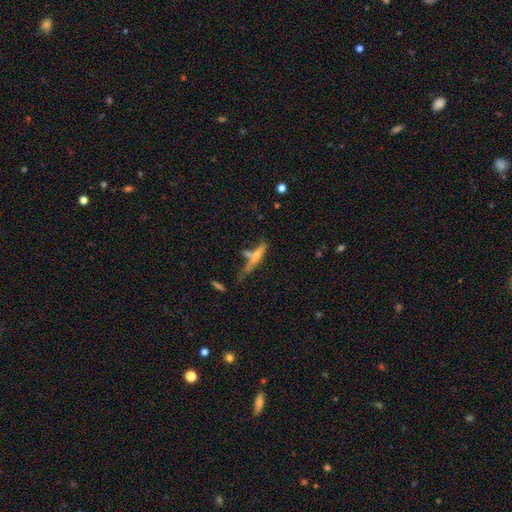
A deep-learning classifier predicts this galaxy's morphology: Q: Smooth or featured?
A: featured or disk (45%); tied with: smooth (45%)
Q: Merging?
A: none (47%); runner-up: merger (25%)